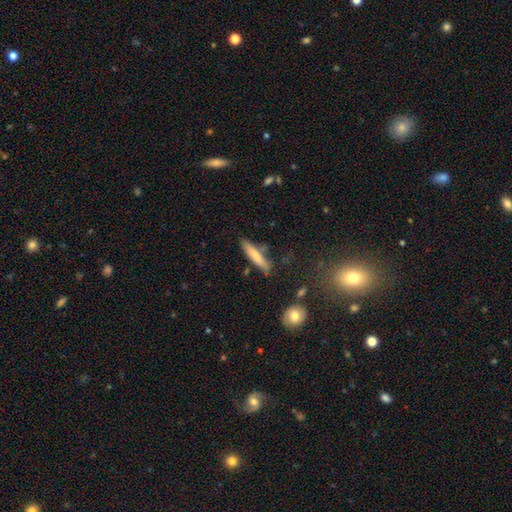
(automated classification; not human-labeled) This appears to be a smooth galaxy with no disk features (71%) that is cigar-shaped (87%). Merging: none (76%).